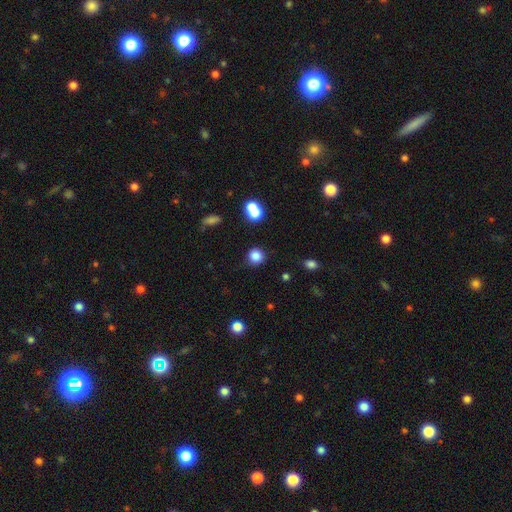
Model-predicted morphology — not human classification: A smooth galaxy with no disk features (83%) that is round (91%). Merging: none (85%).